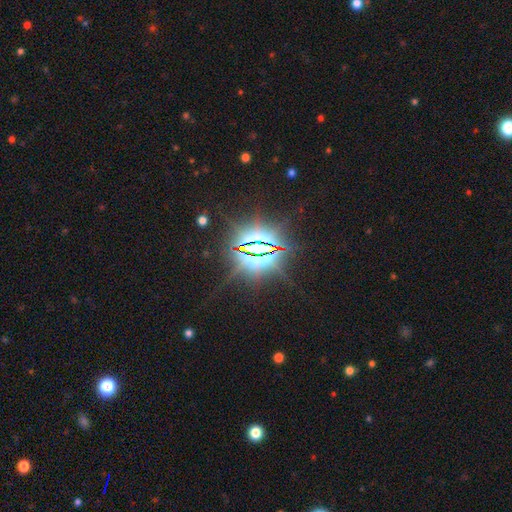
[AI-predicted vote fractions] Smooth or featured? Predicted: star or artifact (p=0.85).